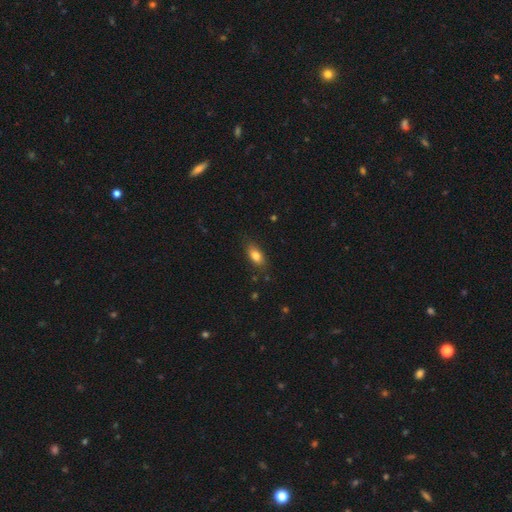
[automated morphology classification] smooth_or_featured: smooth (p=0.81) [alt: featured or disk p=0.10]
how_rounded: in between (p=0.85) [alt: cigar-shaped p=0.09]
merging: none (p=0.80) [alt: minor disturbance p=0.15]